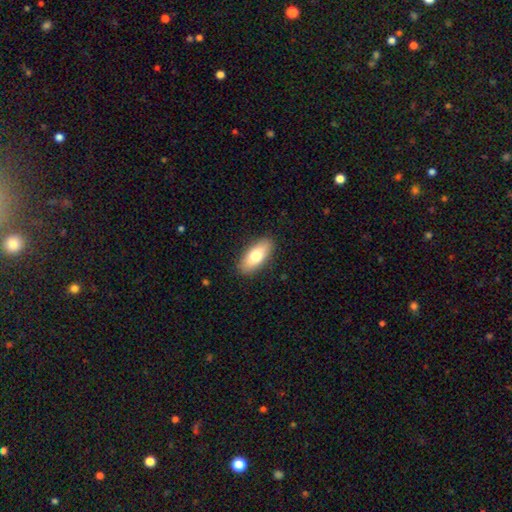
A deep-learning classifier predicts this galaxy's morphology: This appears to be a smooth galaxy with no disk features (75%) that is in between round and cigar-shaped (82%). Merging: none (89%).